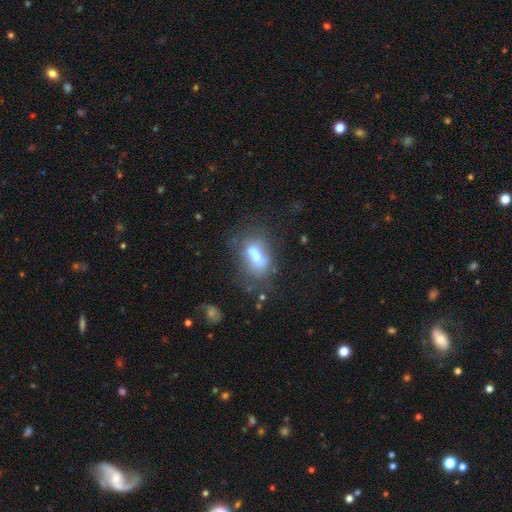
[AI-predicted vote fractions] Smooth or featured: smooth — 56% (featured or disk — 33%)
How rounded: in between — 77% (cigar-shaped — 13%)
Merging: none — 54% (minor disturbance — 22%)